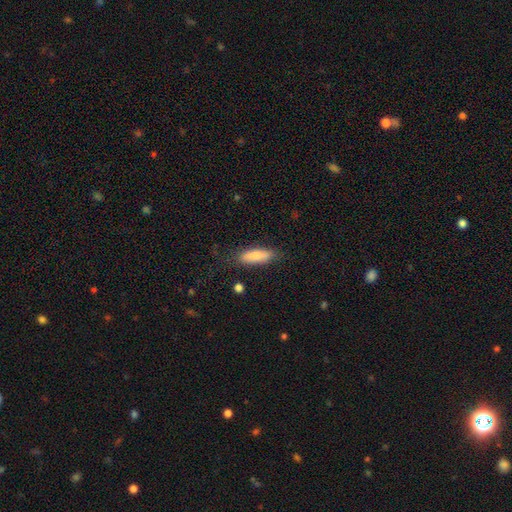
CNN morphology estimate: smooth-or-featured: smooth: 82% | featured or disk: 12% | star or artifact: 6%
  how-rounded: in between: 59% | cigar-shaped: 39% | round: 2%
  merging: none: 81% | minor disturbance: 13% | major disturbance: 4% | merger: 2%